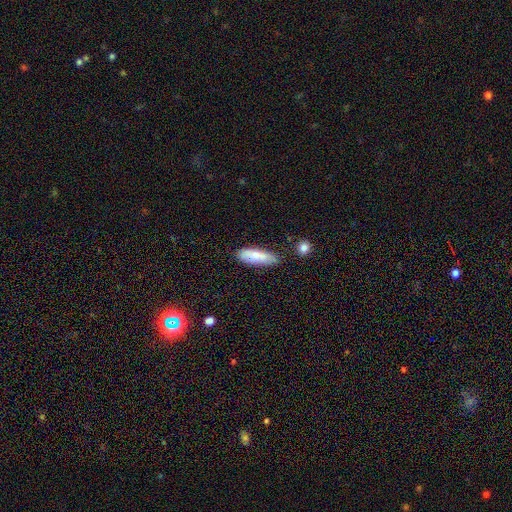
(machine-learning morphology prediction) Smooth or featured? Predicted: smooth (p=0.69). How rounded? Predicted: in between (p=0.59). Merging? Predicted: none (p=0.72).